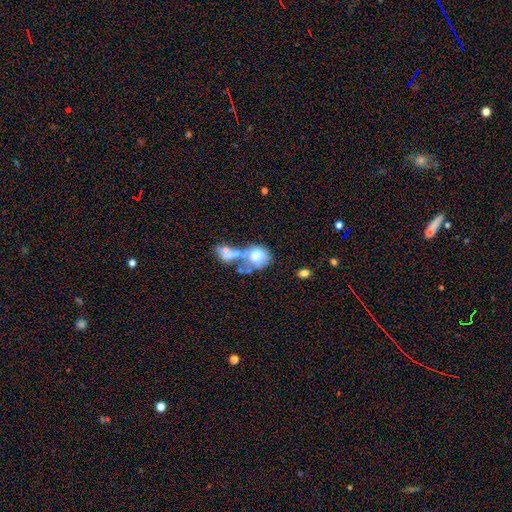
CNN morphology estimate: Overall: smooth (58%; featured or disk 32%). How rounded: round (59%; in between 40%). Merging: merger (57%; major disturbance 17%).